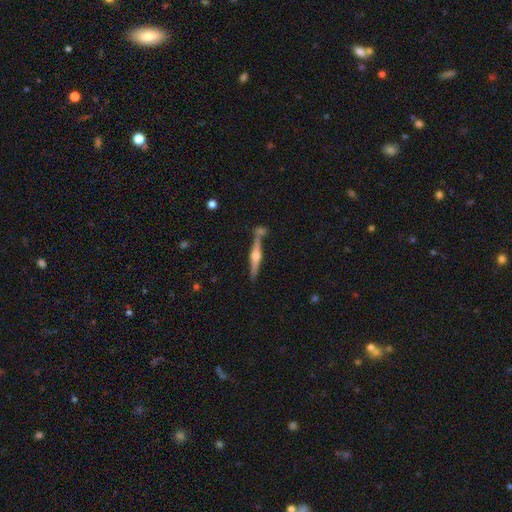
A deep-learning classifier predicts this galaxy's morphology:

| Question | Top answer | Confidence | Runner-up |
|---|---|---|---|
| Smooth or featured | featured or disk | 79% | smooth (15%) |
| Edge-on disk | yes | 98% | no (2%) |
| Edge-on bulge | rounded | 93% | boxy (5%) |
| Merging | none | 76% | merger (11%) |